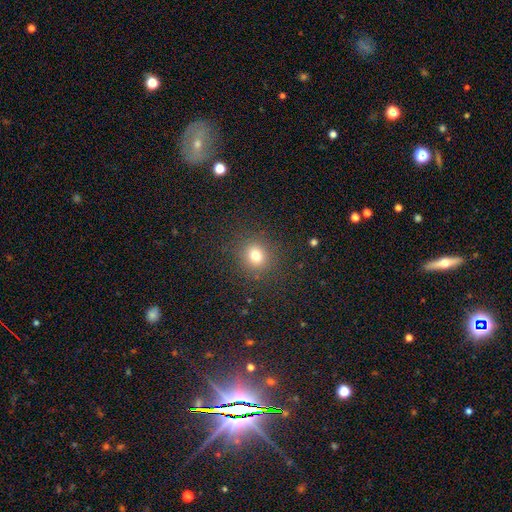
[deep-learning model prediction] A smooth galaxy with no disk features (76%) that is round (83%). Merging: none (88%).